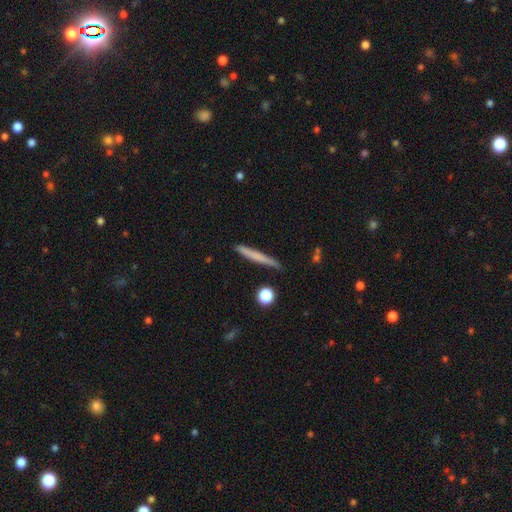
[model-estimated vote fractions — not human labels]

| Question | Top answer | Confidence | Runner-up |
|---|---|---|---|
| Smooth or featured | smooth | 64% | featured or disk (29%) |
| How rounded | cigar-shaped | 96% | in between (3%) |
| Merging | none | 86% | minor disturbance (10%) |